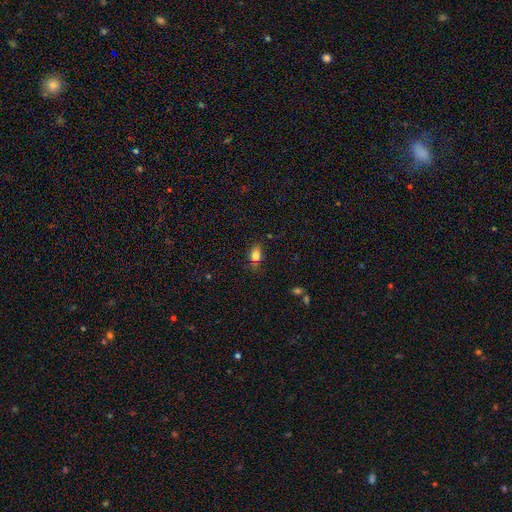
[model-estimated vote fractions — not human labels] smooth_or_featured: smooth (p=0.81) [alt: star or artifact p=0.11]
how_rounded: in between (p=0.76) [alt: round p=0.20]
merging: none (p=0.71) [alt: minor disturbance p=0.21]